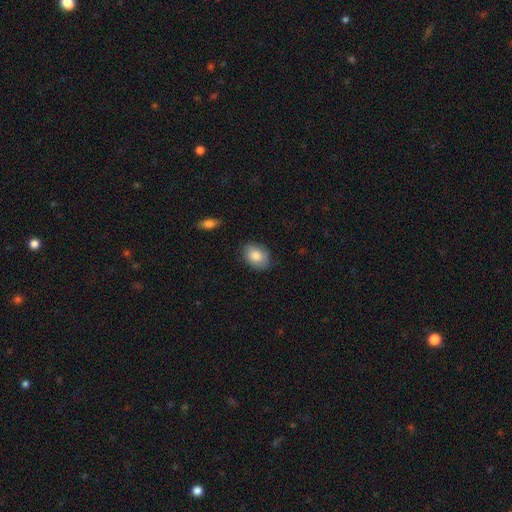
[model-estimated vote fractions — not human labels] Smooth or featured? smooth (84%)
How rounded? in between (74%)
Merging? none (81%)